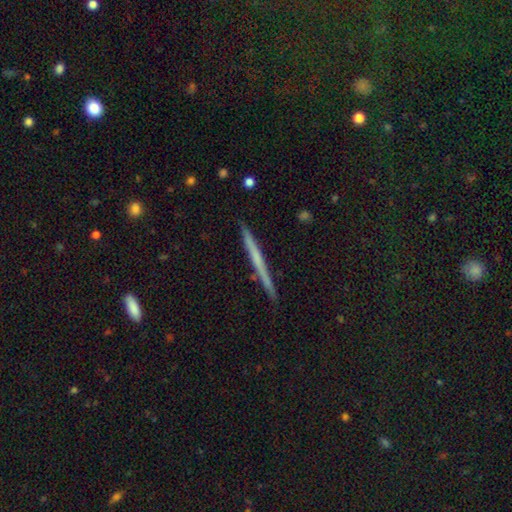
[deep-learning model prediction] Smooth or featured?
  - featured or disk: 53% *
  - smooth: 35%
  - star or artifact: 12%
Edge-on disk?
  - yes: 97% *
  - no: 3%
Edge-on bulge?
  - none: 73% *
  - rounded: 21%
  - boxy: 6%
Merging?
  - none: 90% *
  - minor disturbance: 7%
  - major disturbance: 1%
  - merger: 1%